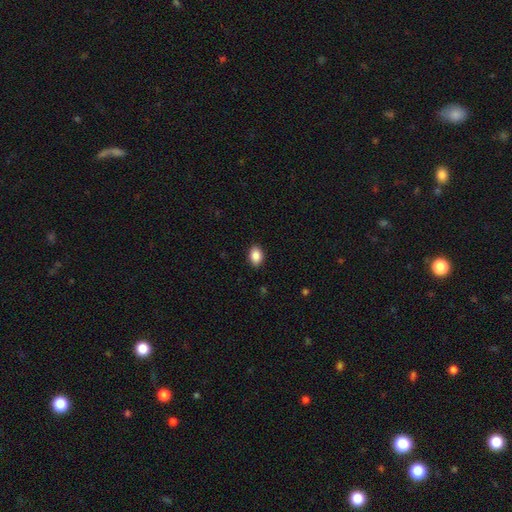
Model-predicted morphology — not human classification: Q: Smooth or featured?
A: smooth (88%); runner-up: star or artifact (8%)
Q: How rounded?
A: in between (81%); runner-up: round (18%)
Q: Merging?
A: none (89%); runner-up: minor disturbance (8%)